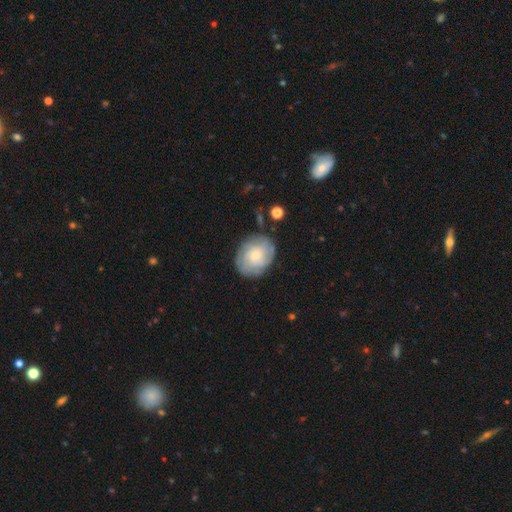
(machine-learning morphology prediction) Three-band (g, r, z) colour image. It shows a featured or disk galaxy (54%) with no bar (77%), spiral arms (80%) and a small central bulge (62%). Merging: none (74%).